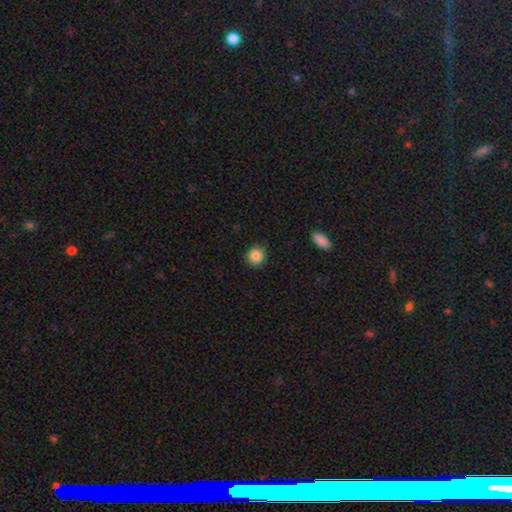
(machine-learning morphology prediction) This appears to be a smooth galaxy with no disk features (87%) that is round (88%). Merging: none (89%).